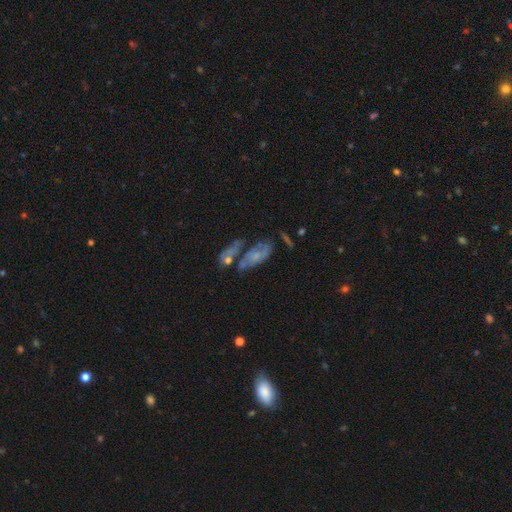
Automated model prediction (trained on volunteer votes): A featured or disk galaxy (50%).

Vote fractions:
- Smooth or featured? featured or disk: 50% / smooth: 38% / star or artifact: 11%
- Edge-on disk? no: 86% / yes: 14%
- Merging? none: 32% / merger: 29% / major disturbance: 20% / minor disturbance: 19%